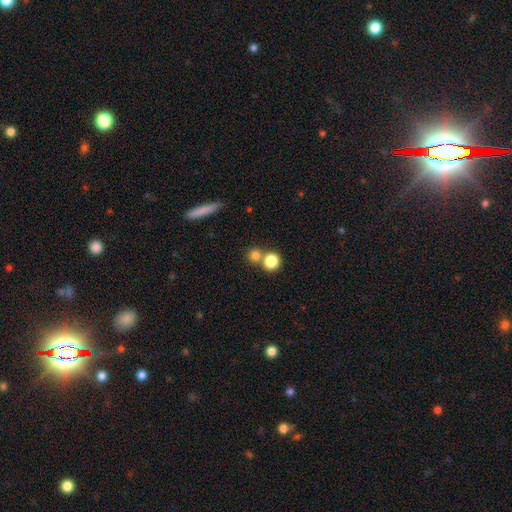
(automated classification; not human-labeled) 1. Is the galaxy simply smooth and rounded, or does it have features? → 80% smooth, 12% star or artifact, 8% featured or disk.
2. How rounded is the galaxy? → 89% round, 10% in between, 2% cigar-shaped.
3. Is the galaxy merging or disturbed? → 56% none, 34% merger, 6% minor disturbance, 3% major disturbance.